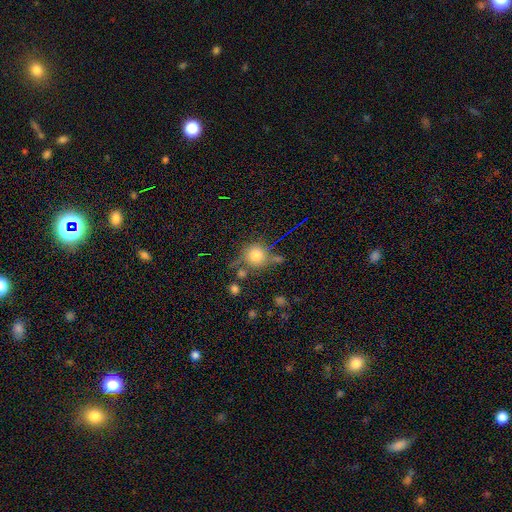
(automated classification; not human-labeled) Smooth or featured?
  - smooth: 73% *
  - star or artifact: 14%
  - featured or disk: 13%
How rounded?
  - round: 90% *
  - in between: 9%
  - cigar-shaped: 1%
Merging?
  - none: 66% *
  - minor disturbance: 15%
  - merger: 13%
  - major disturbance: 7%